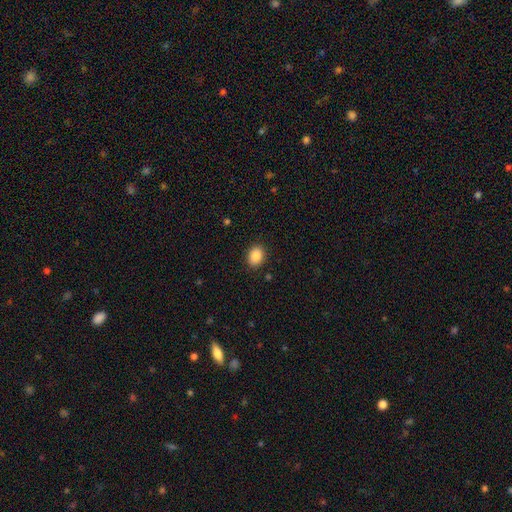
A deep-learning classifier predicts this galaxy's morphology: smooth_or_featured: smooth (p=0.89) [alt: star or artifact p=0.08]
how_rounded: in between (p=0.66) [alt: round p=0.33]
merging: none (p=0.89) [alt: minor disturbance p=0.08]